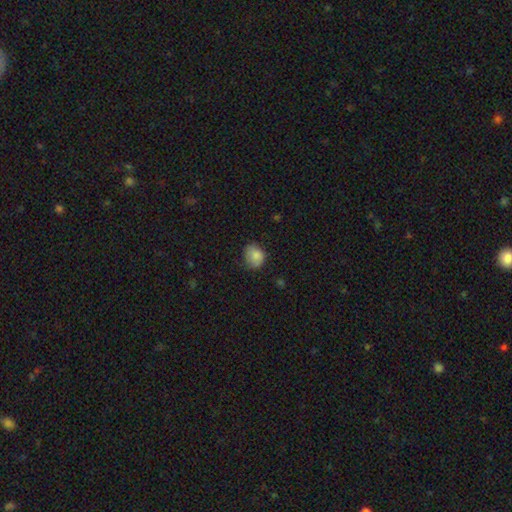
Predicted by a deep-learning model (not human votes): The model was most divided on "how rounded": round: 57%, in between: 42%, cigar-shaped: 1%. More confident: smooth or featured — smooth (83%); merging — none (66%).